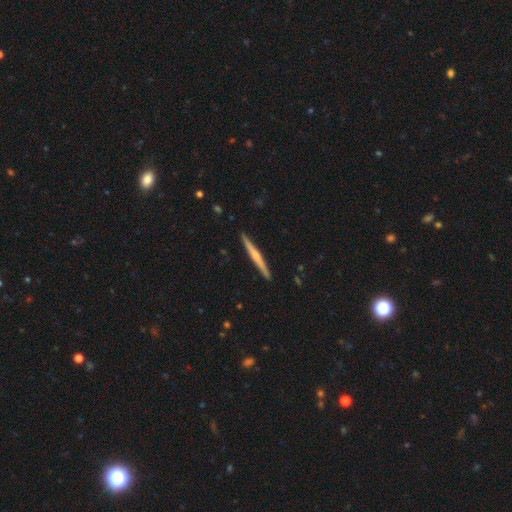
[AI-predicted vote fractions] Smooth or featured?
  - featured or disk: 61% *
  - smooth: 34%
  - star or artifact: 5%
Edge-on disk?
  - yes: 98% *
  - no: 2%
Edge-on bulge?
  - rounded: 65% *
  - none: 29%
  - boxy: 7%
Merging?
  - none: 92% *
  - minor disturbance: 6%
  - major disturbance: 1%
  - merger: 1%